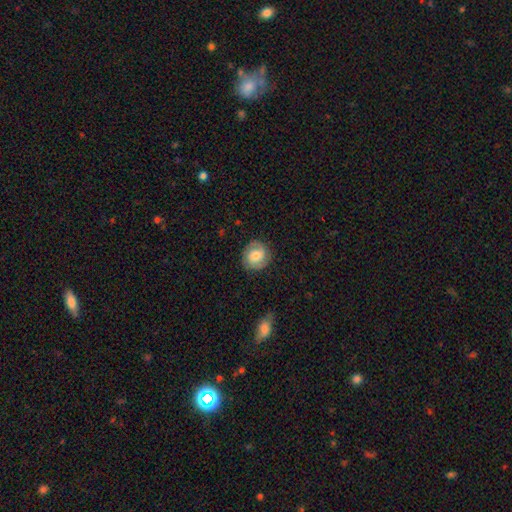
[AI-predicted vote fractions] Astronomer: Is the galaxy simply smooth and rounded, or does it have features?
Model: featured or disk — 47% (runner-up: smooth, 45%).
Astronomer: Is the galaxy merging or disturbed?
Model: none — 84%.